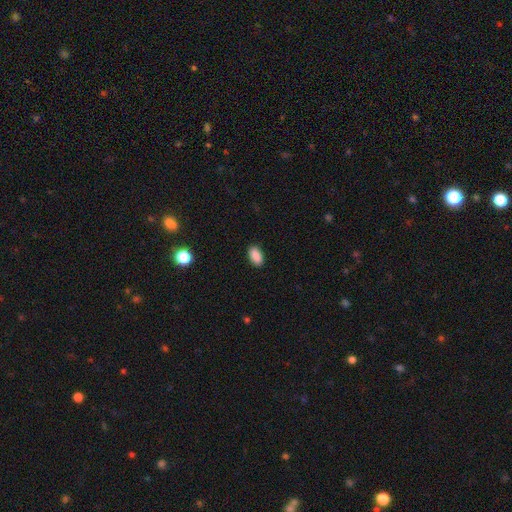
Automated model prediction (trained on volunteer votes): Smooth or featured? Predicted: smooth (p=0.89). How rounded? Predicted: in between (p=0.93). Merging? Predicted: none (p=0.89).